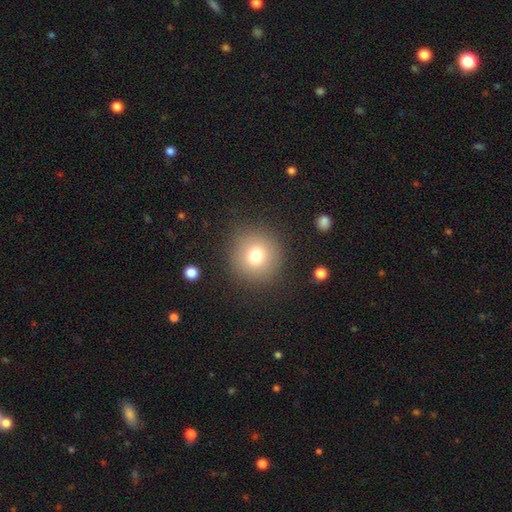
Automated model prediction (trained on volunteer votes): Morphology: type=smooth (76%); roundness=round (93%); merging=none (88%).